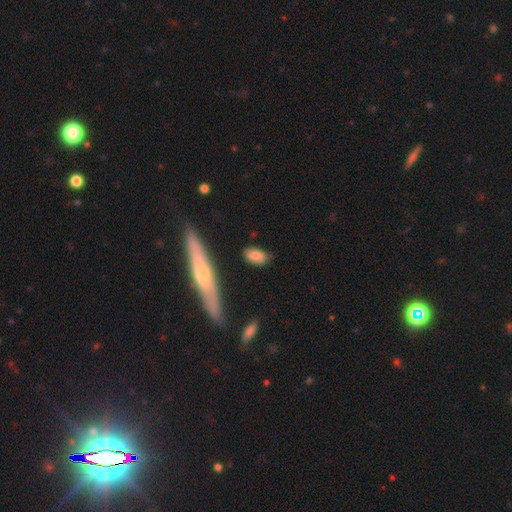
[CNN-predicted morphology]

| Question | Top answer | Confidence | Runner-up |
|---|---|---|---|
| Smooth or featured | smooth | 80% | featured or disk (13%) |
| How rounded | in between | 87% | cigar-shaped (7%) |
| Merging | none | 75% | minor disturbance (18%) |